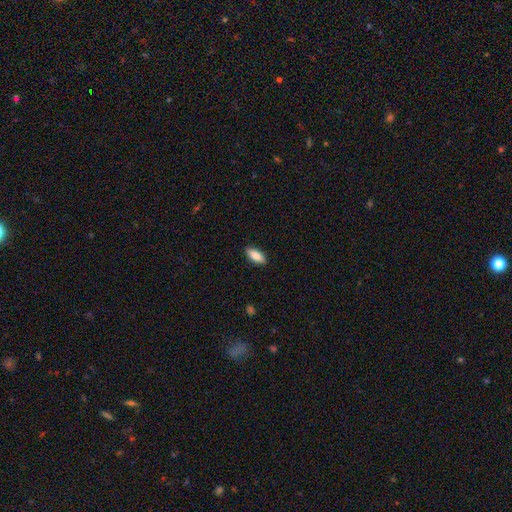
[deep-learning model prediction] Smooth or featured: smooth — 84% (featured or disk — 10%)
How rounded: in between — 77% (cigar-shaped — 21%)
Merging: none — 88% (minor disturbance — 9%)